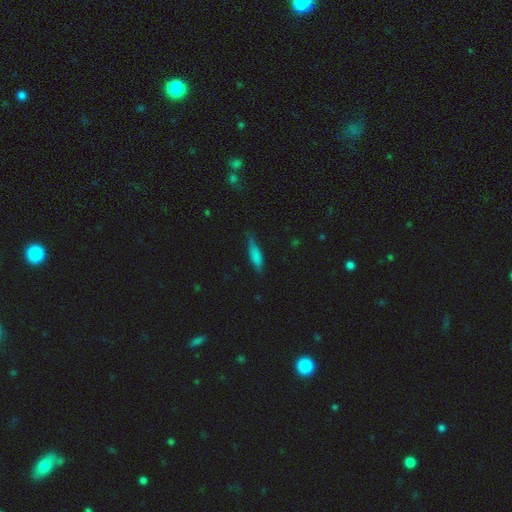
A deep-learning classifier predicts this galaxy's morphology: Smooth or featured: smooth — 76% (featured or disk — 15%)
How rounded: cigar-shaped — 63% (in between — 35%)
Merging: none — 63% (minor disturbance — 29%)